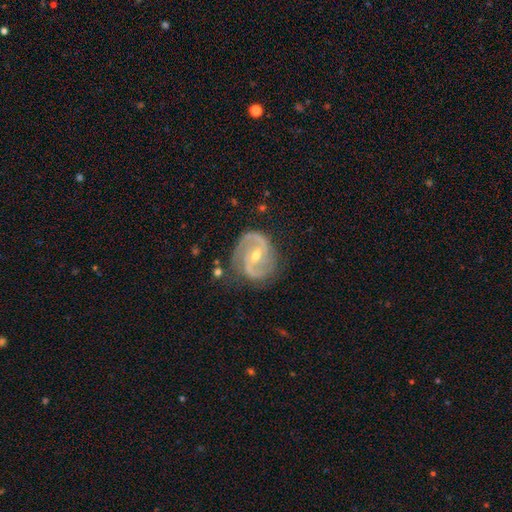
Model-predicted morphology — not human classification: This appears to be a featured or disk galaxy (91%) with a weak bar (42%), 2 (91%) medium (57%) spiral arms (98%) and a moderate central bulge (49%). Merging: none (76%).